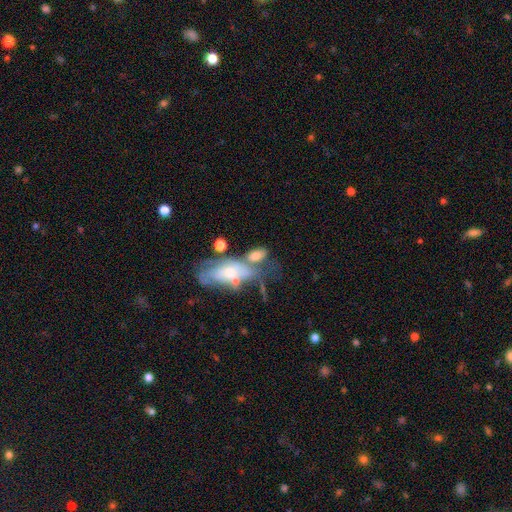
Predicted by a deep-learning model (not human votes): A smooth galaxy with no disk features (58%) that is in between round and cigar-shaped (84%). Merging: merger (38%).